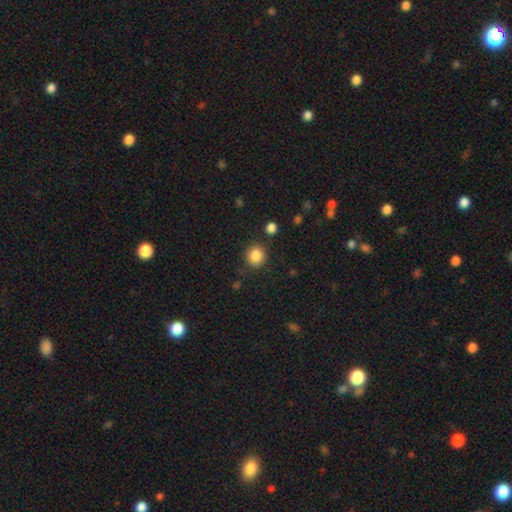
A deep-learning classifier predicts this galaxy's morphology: A smooth galaxy with no disk features (86%) that is round (89%).

Vote fractions:
- Smooth or featured? smooth: 86% / star or artifact: 10% / featured or disk: 4%
- How rounded? round: 89% / in between: 10% / cigar-shaped: 1%
- Merging? none: 87% / minor disturbance: 8% / major disturbance: 3% / merger: 3%